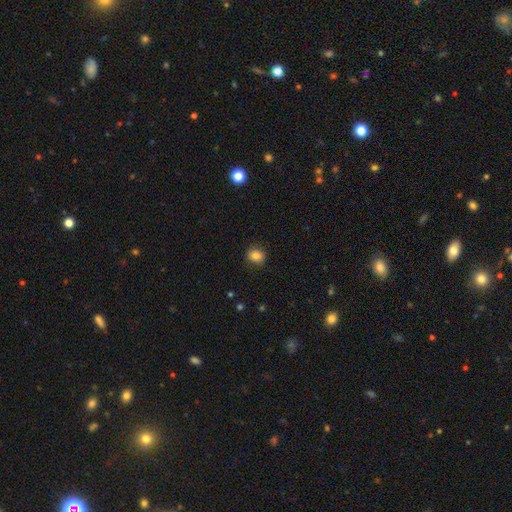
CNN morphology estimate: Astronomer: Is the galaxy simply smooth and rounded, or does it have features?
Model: smooth — 84%.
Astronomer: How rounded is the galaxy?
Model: round — 68%.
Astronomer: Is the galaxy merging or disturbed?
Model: none — 86%.